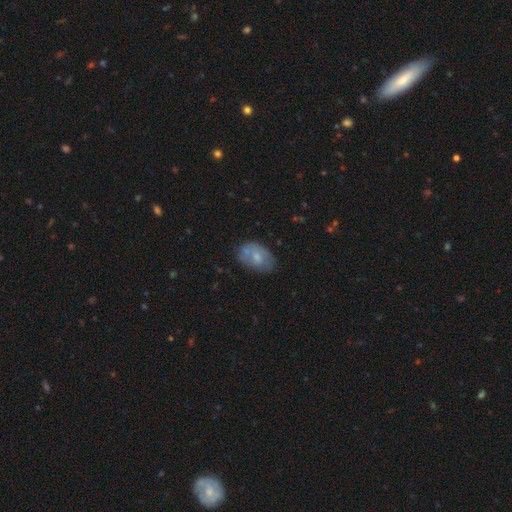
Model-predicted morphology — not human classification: smooth_or_featured: smooth (p=0.60) [alt: featured or disk p=0.32]
how_rounded: in between (p=0.86) [alt: round p=0.13]
merging: none (p=0.59) [alt: minor disturbance p=0.26]